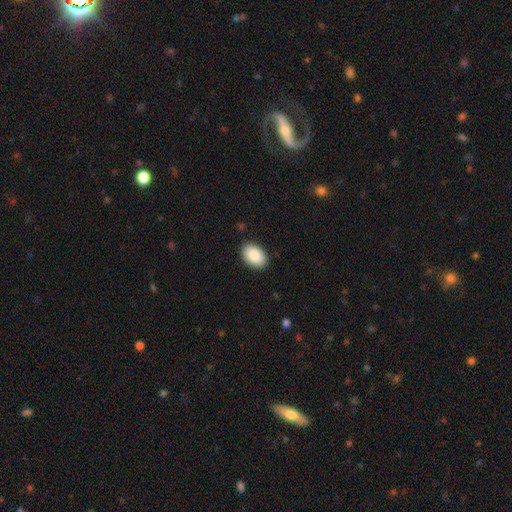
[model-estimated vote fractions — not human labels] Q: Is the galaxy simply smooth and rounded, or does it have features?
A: smooth — 89%.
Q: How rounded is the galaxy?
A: in between — 90%.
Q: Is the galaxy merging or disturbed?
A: none — 89%.